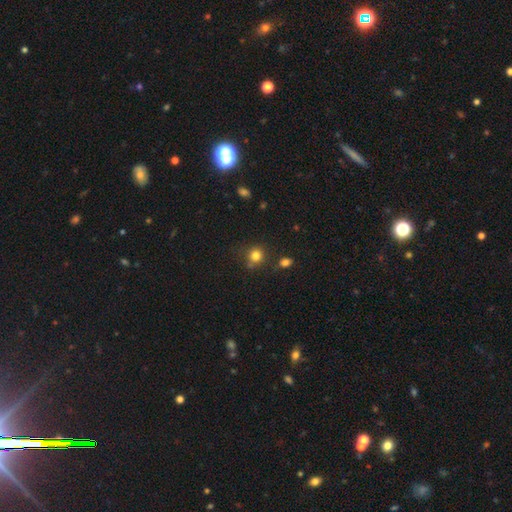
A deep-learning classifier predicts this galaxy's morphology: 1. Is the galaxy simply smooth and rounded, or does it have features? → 80% smooth, 14% star or artifact, 7% featured or disk.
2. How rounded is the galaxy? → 86% round, 13% in between, 1% cigar-shaped.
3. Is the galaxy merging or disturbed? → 74% none, 14% minor disturbance, 8% merger, 4% major disturbance.